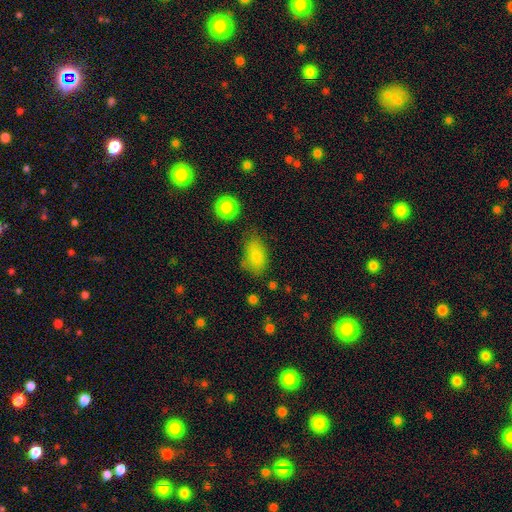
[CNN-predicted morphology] A smooth galaxy with no disk features (84%) that is in between round and cigar-shaped (88%). Merging: none (58%).